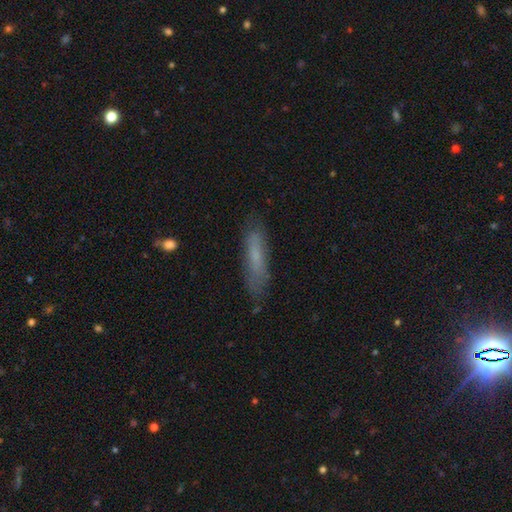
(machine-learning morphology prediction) A smooth galaxy with no disk features (64%) that is cigar-shaped (76%). Merging: none (77%).